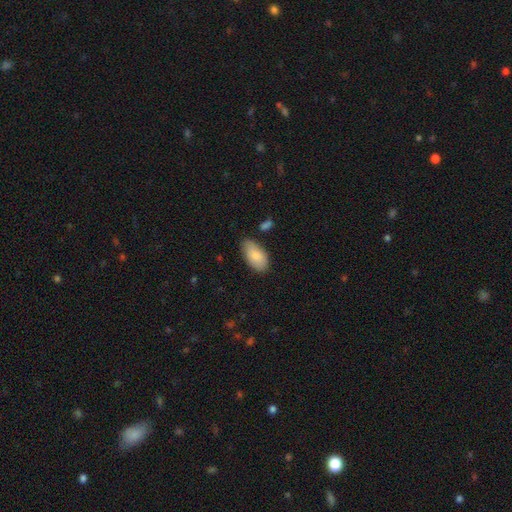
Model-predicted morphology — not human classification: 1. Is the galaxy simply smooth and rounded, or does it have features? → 84% smooth, 10% featured or disk, 6% star or artifact.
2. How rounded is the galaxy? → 95% in between, 3% round, 3% cigar-shaped.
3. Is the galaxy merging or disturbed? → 74% none, 19% minor disturbance, 3% major disturbance, 3% merger.